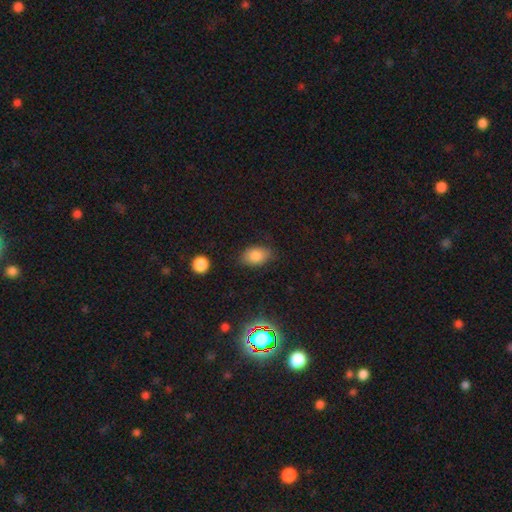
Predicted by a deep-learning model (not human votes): Q: Smooth or featured?
A: smooth (82%); runner-up: star or artifact (11%)
Q: How rounded?
A: in between (83%); runner-up: round (15%)
Q: Merging?
A: none (77%); runner-up: minor disturbance (18%)